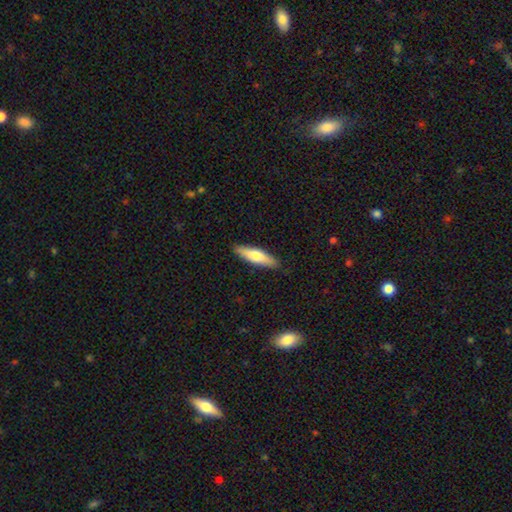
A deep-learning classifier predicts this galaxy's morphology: Smooth or featured? smooth (67%)
How rounded? cigar-shaped (67%)
Merging? none (89%)